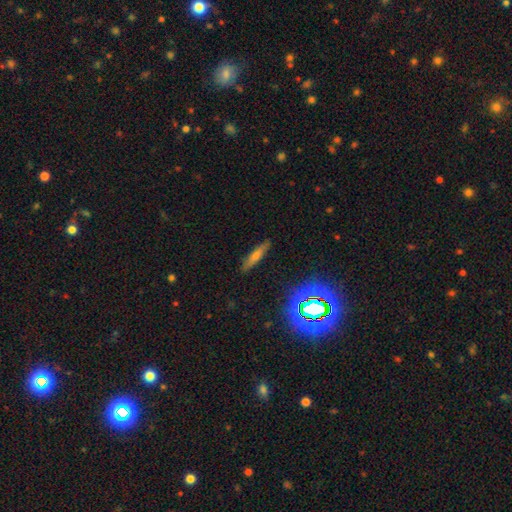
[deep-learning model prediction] A smooth galaxy with no disk features (54%) that is cigar-shaped (80%).

Vote fractions:
- Smooth or featured? smooth: 54% / featured or disk: 32% / star or artifact: 14%
- How rounded? cigar-shaped: 80% / in between: 17% / round: 3%
- Merging? none: 87% / minor disturbance: 9% / major disturbance: 2% / merger: 1%